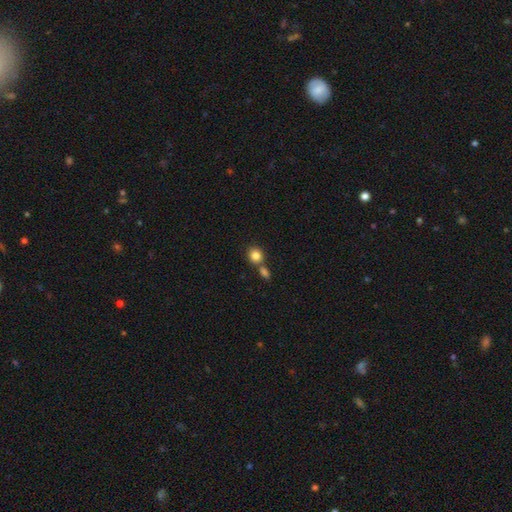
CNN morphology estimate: smooth 84%, star or artifact 9%, featured or disk 6%. Down the decision tree: how rounded — round (78%); merging — none (58%).